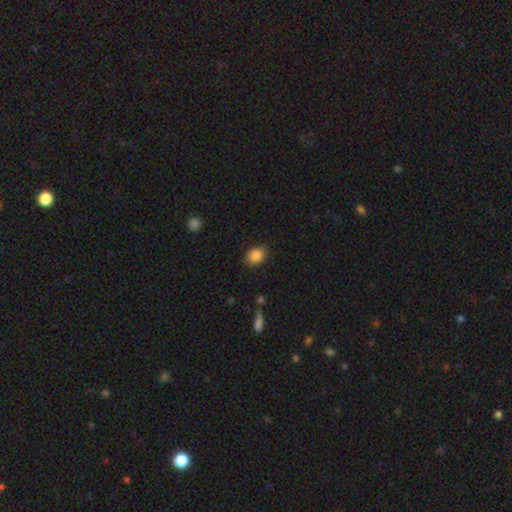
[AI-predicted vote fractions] A smooth galaxy with no disk features (86%) that is in between round and cigar-shaped (62%).

Vote fractions:
- Smooth or featured? smooth: 86% / star or artifact: 9% / featured or disk: 5%
- How rounded? in between: 62% / round: 37% / cigar-shaped: 1%
- Merging? none: 84% / minor disturbance: 12% / major disturbance: 3% / merger: 1%